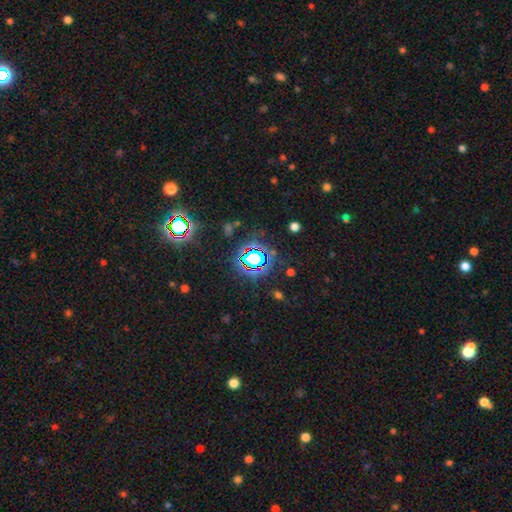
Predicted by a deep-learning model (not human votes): Smooth or featured?
  - star or artifact: 70% *
  - smooth: 19%
  - featured or disk: 11%